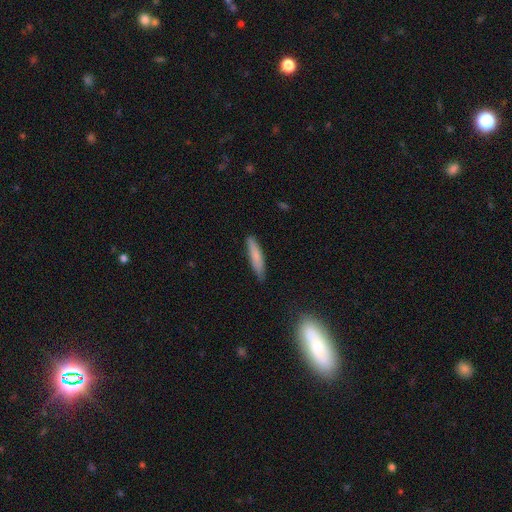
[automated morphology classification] smooth-or-featured: smooth: 77% | featured or disk: 17% | star or artifact: 6%
  how-rounded: cigar-shaped: 86% | in between: 13% | round: 1%
  merging: none: 83% | minor disturbance: 13% | major disturbance: 2% | merger: 1%